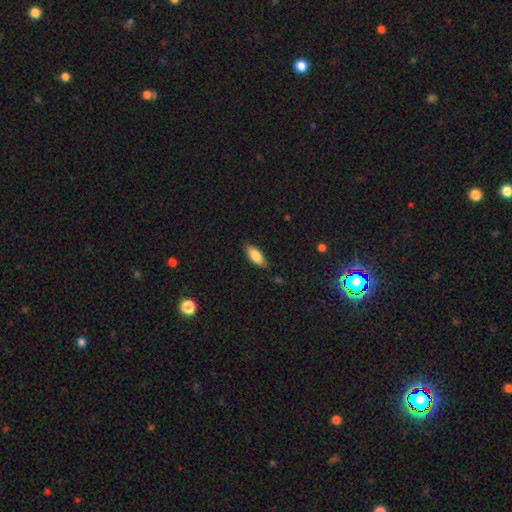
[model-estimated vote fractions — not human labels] Smooth or featured: smooth — 79% (featured or disk — 14%)
How rounded: in between — 82% (cigar-shaped — 16%)
Merging: none — 80% (minor disturbance — 16%)